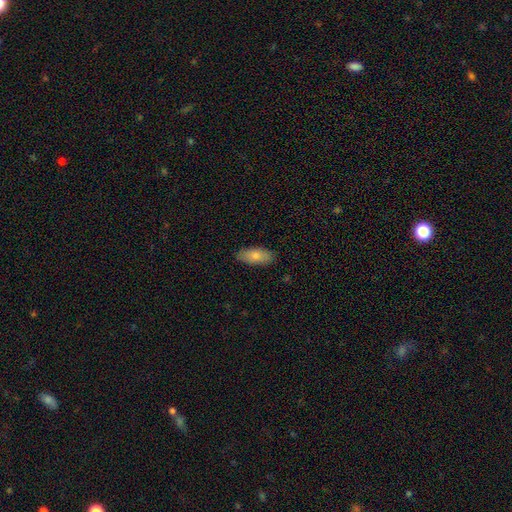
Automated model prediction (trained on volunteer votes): smooth 81%, featured or disk 13%, star or artifact 6%. Down the decision tree: how rounded — in between (87%); merging — none (87%).